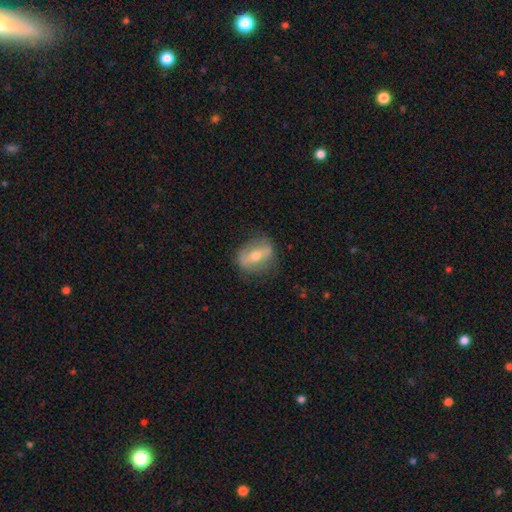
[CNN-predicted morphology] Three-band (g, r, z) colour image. It shows a featured or disk galaxy (57%). Merging: none (77%).